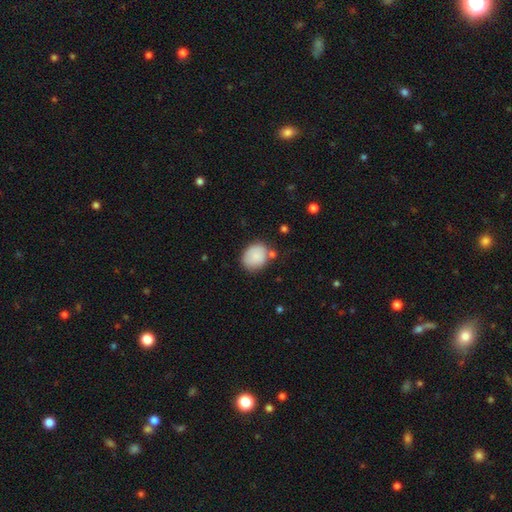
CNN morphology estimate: The model was most divided on "how rounded": round: 55%, in between: 44%, cigar-shaped: 1%. More confident: smooth or featured — smooth (85%); merging — none (68%).